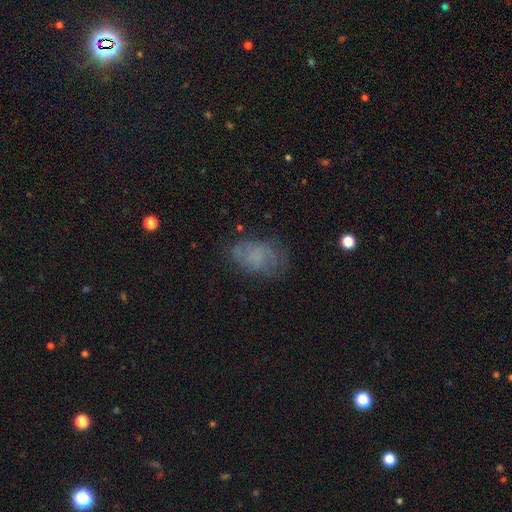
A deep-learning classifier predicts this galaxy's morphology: smooth_or_featured: smooth (p=0.54) [alt: featured or disk p=0.33]
how_rounded: in between (p=0.87) [alt: round p=0.12]
merging: none (p=0.63) [alt: minor disturbance p=0.23]